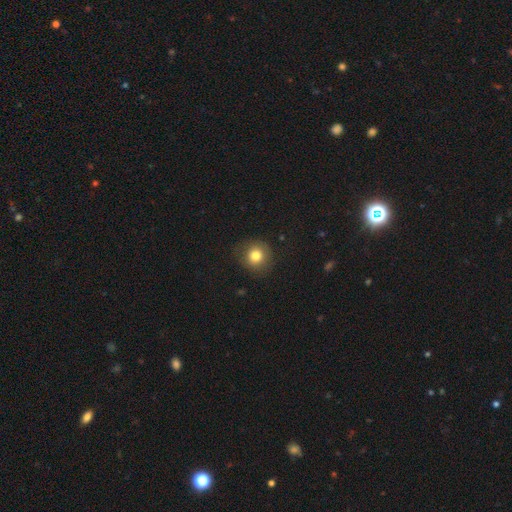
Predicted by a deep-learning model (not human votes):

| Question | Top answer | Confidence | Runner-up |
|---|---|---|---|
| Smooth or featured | smooth | 80% | star or artifact (11%) |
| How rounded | round | 90% | in between (9%) |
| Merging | none | 84% | minor disturbance (11%) |